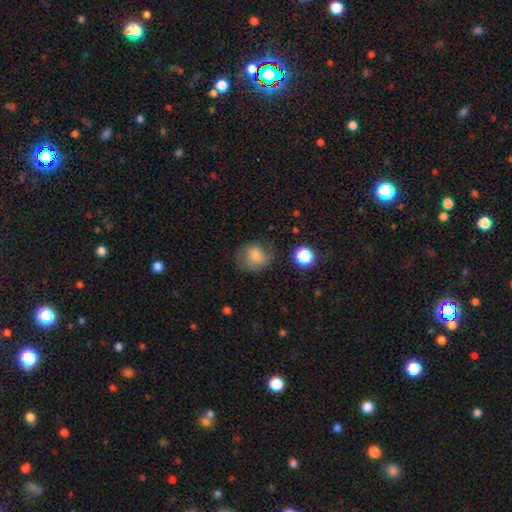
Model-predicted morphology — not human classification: Overall: smooth (71%). How rounded: round (71%). Merging: none (61%; minor disturbance 25%).